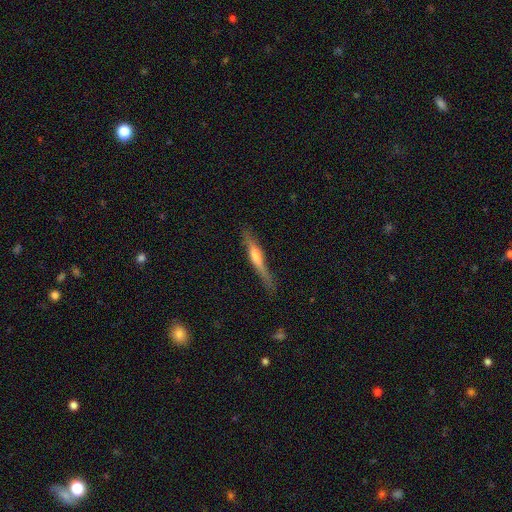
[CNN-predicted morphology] The model was most divided on "smooth or featured": featured or disk: 59%, smooth: 35%, star or artifact: 6%. More confident: edge-on disk — yes (96%); merging — none (77%); edge-on bulge — rounded (74%).